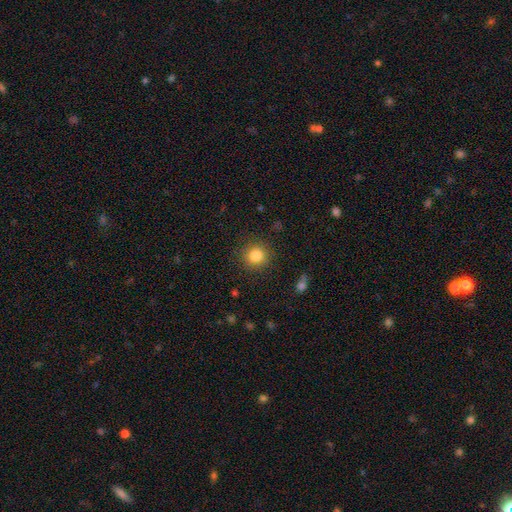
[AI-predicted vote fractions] Smooth or featured? smooth (83%)
How rounded? round (92%)
Merging? none (89%)